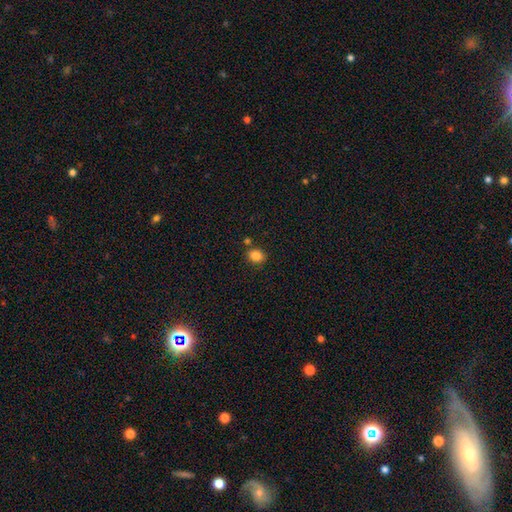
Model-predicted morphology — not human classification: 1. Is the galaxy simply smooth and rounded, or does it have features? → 85% smooth, 10% star or artifact, 4% featured or disk.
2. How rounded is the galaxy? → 55% round, 44% in between, 1% cigar-shaped.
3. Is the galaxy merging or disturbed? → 78% none, 10% minor disturbance, 9% merger, 3% major disturbance.